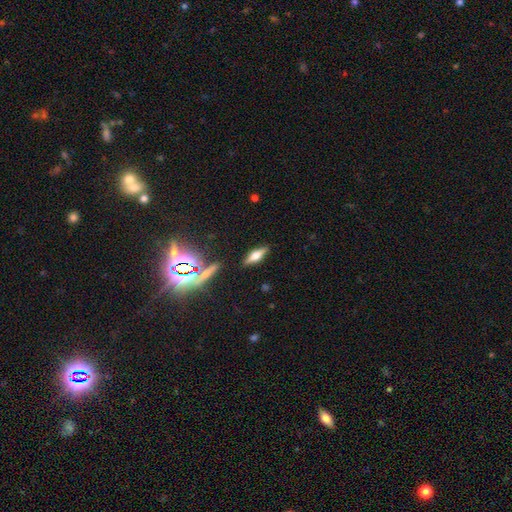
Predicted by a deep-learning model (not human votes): A smooth galaxy with no disk features (44%).

Vote fractions:
- Smooth or featured? smooth: 44% / featured or disk: 43% / star or artifact: 13%
- Merging? none: 86% / minor disturbance: 9% / major disturbance: 3% / merger: 2%